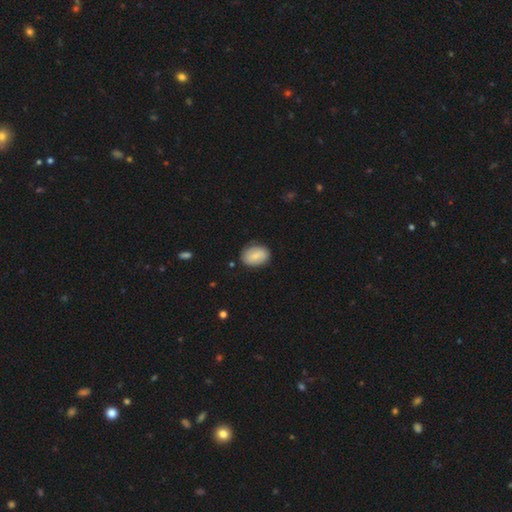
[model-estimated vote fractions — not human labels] smooth-or-featured: smooth: 75% | featured or disk: 18% | star or artifact: 7%
  how-rounded: in between: 77% | round: 22% | cigar-shaped: 1%
  merging: none: 80% | minor disturbance: 15% | major disturbance: 4% | merger: 1%